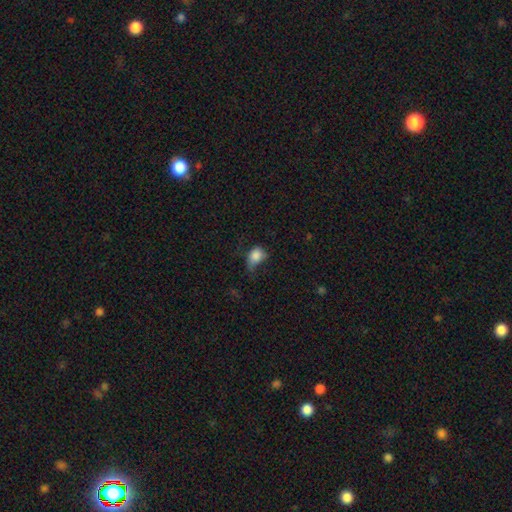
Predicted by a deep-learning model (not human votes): A smooth galaxy with no disk features (81%) that is in between round and cigar-shaped (63%). Merging: minor disturbance (34%, tied with major disturbance).